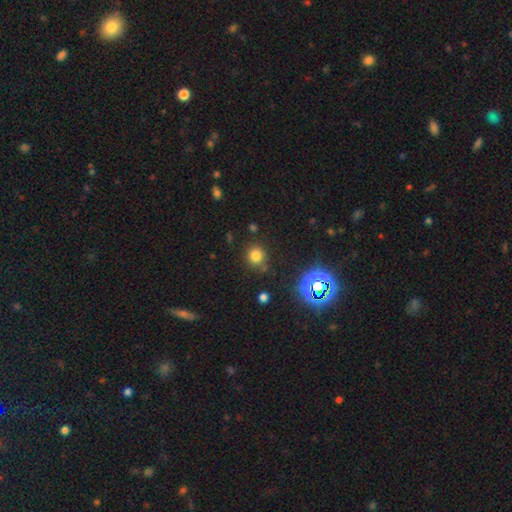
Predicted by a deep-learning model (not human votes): Morphology: type=smooth (74%); roundness=round (86%); merging=none (81%).